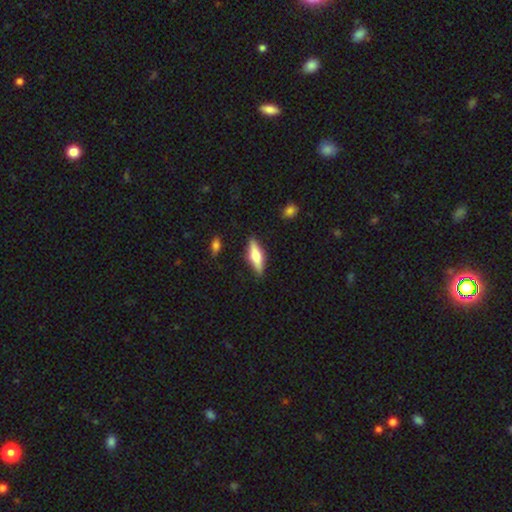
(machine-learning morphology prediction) The model was most divided on "smooth or featured": featured or disk: 51%, smooth: 44%, star or artifact: 6%. More confident: edge-on disk — yes (94%); merging — none (87%).